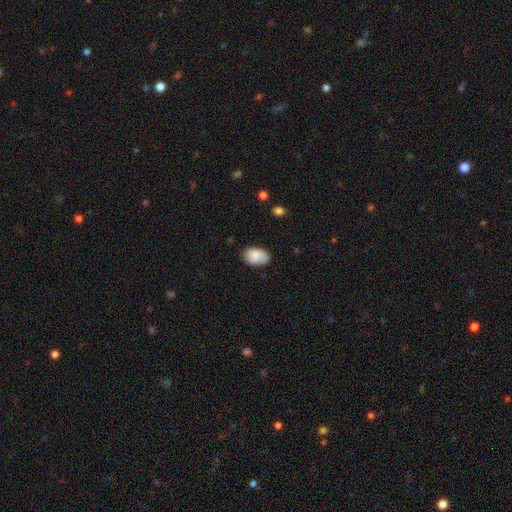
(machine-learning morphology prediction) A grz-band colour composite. It shows a smooth galaxy with no disk features (82%) that is in between round and cigar-shaped (91%). Merging: none (76%).